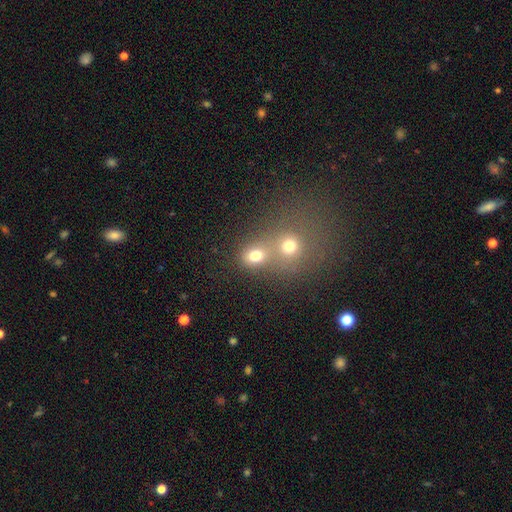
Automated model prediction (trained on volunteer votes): Smooth or featured?
  - smooth: 73% *
  - star or artifact: 17%
  - featured or disk: 10%
How rounded?
  - round: 71% *
  - in between: 27%
  - cigar-shaped: 1%
Merging?
  - merger: 46% *
  - none: 43%
  - minor disturbance: 7%
  - major disturbance: 4%